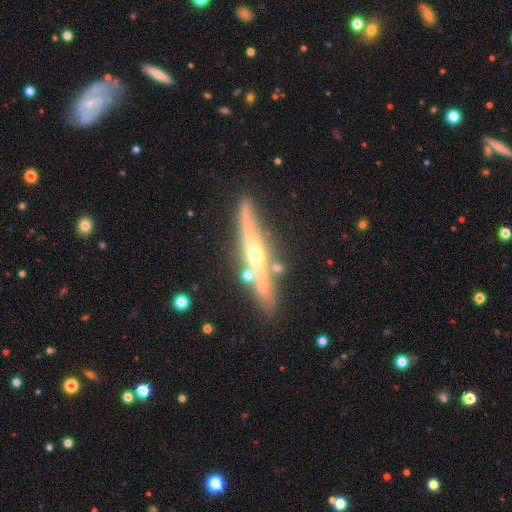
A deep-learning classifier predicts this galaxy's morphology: featured or disk 78%, smooth 16%, star or artifact 6%. Down the decision tree: edge-on disk — yes (96%); edge-on bulge — rounded (80%); merging — none (81%).